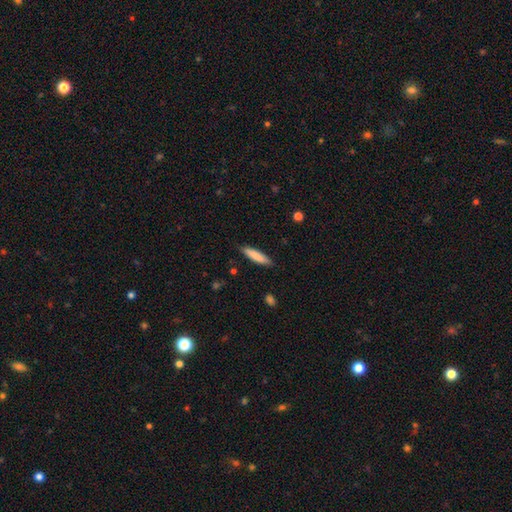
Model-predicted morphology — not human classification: A smooth galaxy with no disk features (83%) that is cigar-shaped (79%).

Vote fractions:
- Smooth or featured? smooth: 83% / featured or disk: 11% / star or artifact: 6%
- How rounded? cigar-shaped: 79% / in between: 20% / round: 1%
- Merging? none: 86% / minor disturbance: 11% / major disturbance: 2% / merger: 1%